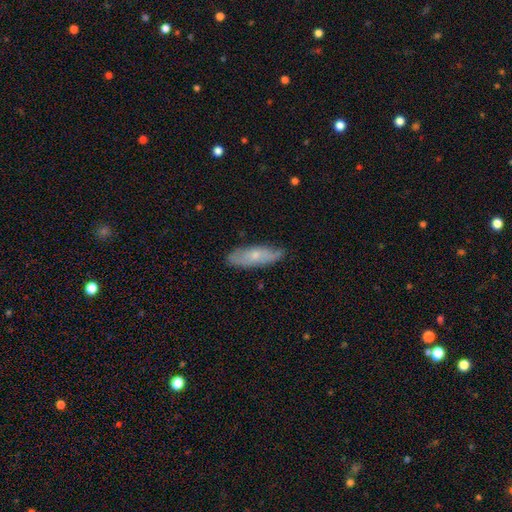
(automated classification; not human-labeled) A smooth galaxy with no disk features (55%) that is in between round and cigar-shaped (53%). Merging: none (75%).